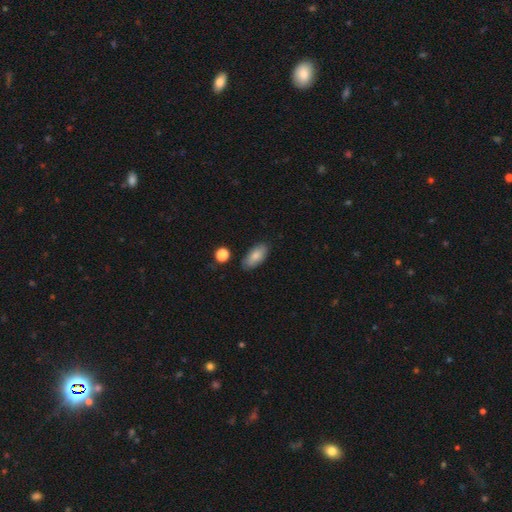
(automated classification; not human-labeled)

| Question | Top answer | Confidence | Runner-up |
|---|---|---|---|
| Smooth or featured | smooth | 82% | featured or disk (11%) |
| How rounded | in between | 89% | cigar-shaped (9%) |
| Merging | none | 83% | minor disturbance (12%) |